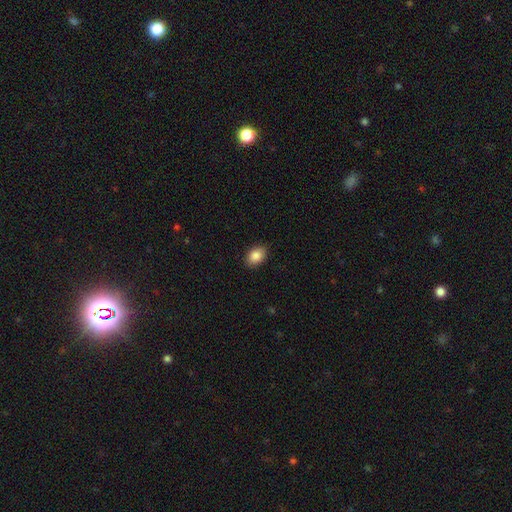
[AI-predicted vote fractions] Morphology: type=smooth (87%); roundness=in between (78%); merging=none (88%).